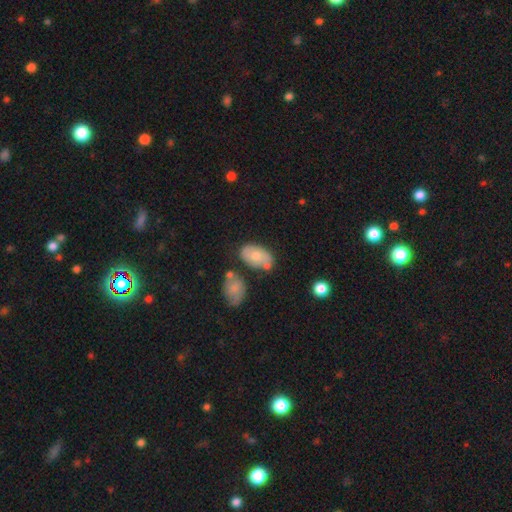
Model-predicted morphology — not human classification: Smooth or featured? Predicted: smooth (p=0.64). How rounded? Predicted: in between (p=0.90). Merging? Predicted: none (p=0.55).